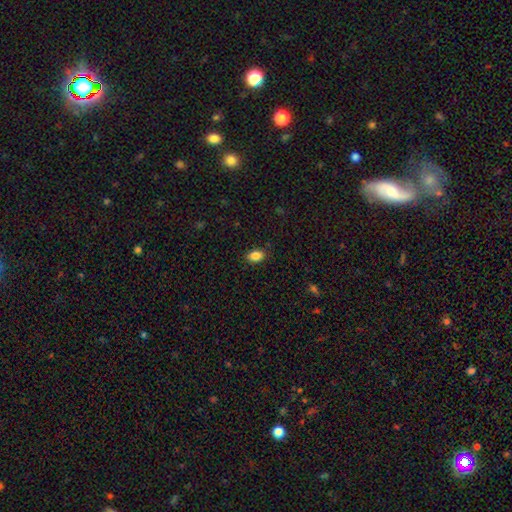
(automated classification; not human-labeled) The model was most divided on "how rounded": in between: 84%, round: 15%, cigar-shaped: 1%. More confident: merging — none (87%); smooth or featured — smooth (86%).